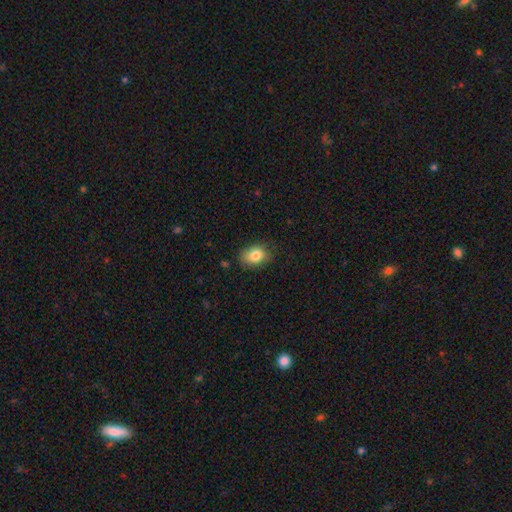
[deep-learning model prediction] Smooth or featured?
  - smooth: 83% *
  - featured or disk: 9%
  - star or artifact: 9%
How rounded?
  - in between: 73% *
  - round: 26%
  - cigar-shaped: 1%
Merging?
  - none: 77% *
  - minor disturbance: 19%
  - major disturbance: 4%
  - merger: 1%